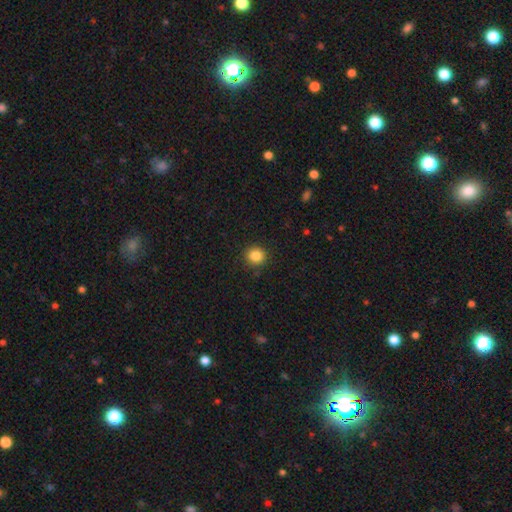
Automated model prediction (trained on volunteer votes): Overall: smooth (85%). How rounded: round (91%). Merging: none (91%).